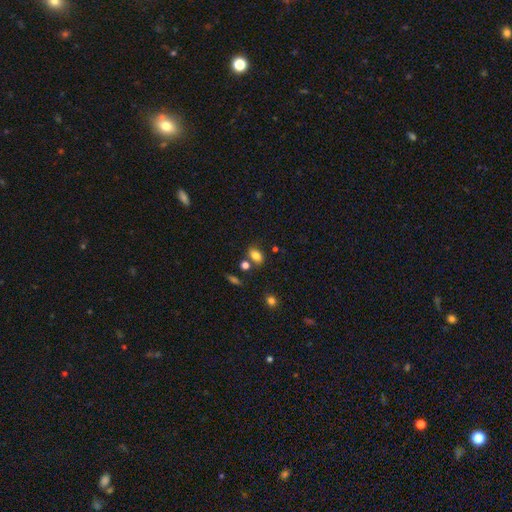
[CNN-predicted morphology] Q: Smooth or featured?
A: smooth (82%); runner-up: star or artifact (11%)
Q: How rounded?
A: in between (78%); runner-up: round (20%)
Q: Merging?
A: none (70%); runner-up: minor disturbance (13%)